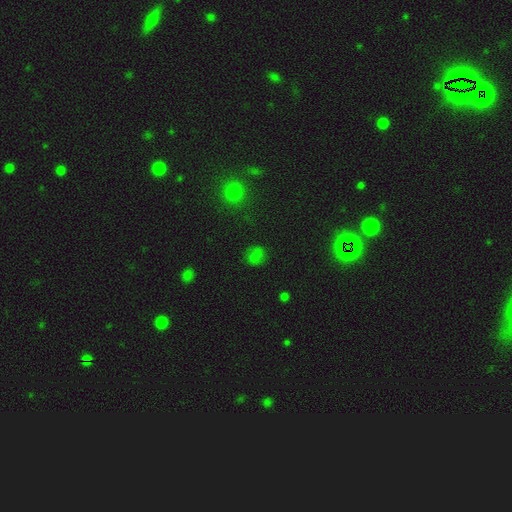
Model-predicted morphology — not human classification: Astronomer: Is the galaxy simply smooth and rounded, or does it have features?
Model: smooth — 63%.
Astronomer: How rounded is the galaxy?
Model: round — 62%.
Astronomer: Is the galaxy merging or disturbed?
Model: none — 80%.